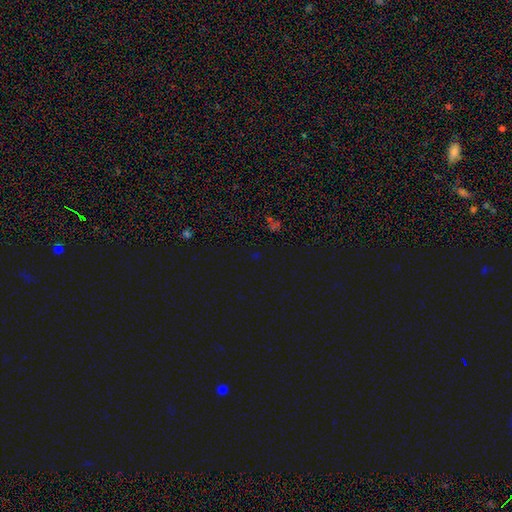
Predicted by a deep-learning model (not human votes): Smooth or featured? star or artifact (72%)